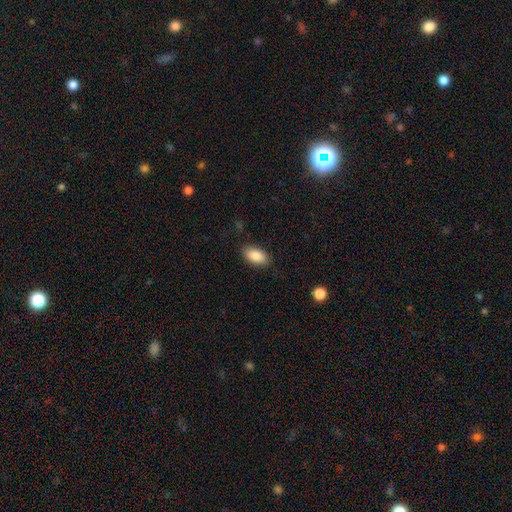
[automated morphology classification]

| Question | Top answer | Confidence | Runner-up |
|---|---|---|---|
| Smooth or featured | smooth | 87% | star or artifact (7%) |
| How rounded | in between | 93% | round (4%) |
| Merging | none | 85% | minor disturbance (11%) |